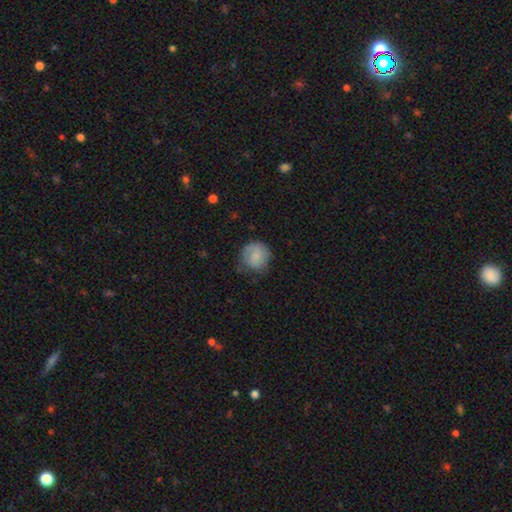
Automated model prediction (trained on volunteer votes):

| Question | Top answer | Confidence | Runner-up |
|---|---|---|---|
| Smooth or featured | smooth | 77% | featured or disk (16%) |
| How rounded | round | 86% | in between (13%) |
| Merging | none | 61% | minor disturbance (27%) |